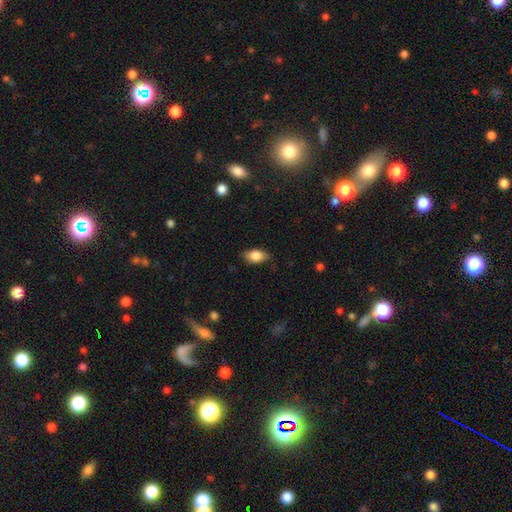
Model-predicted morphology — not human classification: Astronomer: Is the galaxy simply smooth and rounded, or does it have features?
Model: smooth — 80%.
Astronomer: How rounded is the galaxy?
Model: in between — 88%.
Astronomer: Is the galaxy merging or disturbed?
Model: none — 80%.